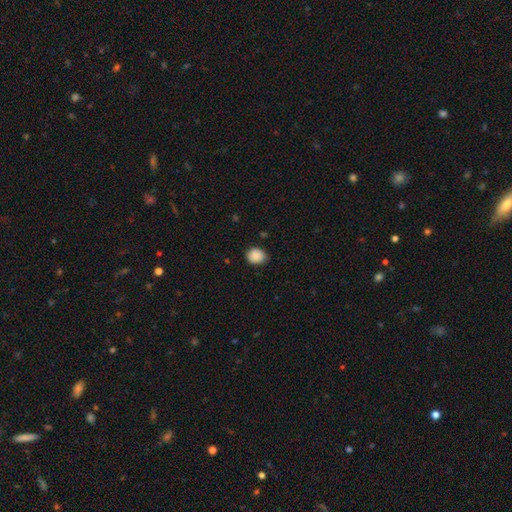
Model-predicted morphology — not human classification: Smooth or featured? Predicted: smooth (p=0.88). How rounded? Predicted: round (p=0.63). Merging? Predicted: none (p=0.80).